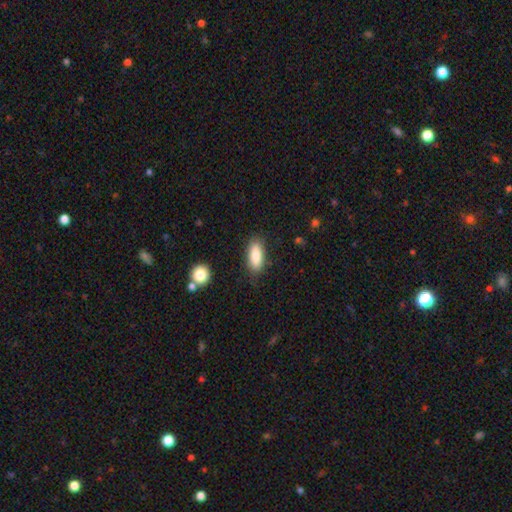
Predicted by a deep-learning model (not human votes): Smooth or featured?
  - smooth: 84% *
  - featured or disk: 9%
  - star or artifact: 7%
How rounded?
  - in between: 78% *
  - cigar-shaped: 20%
  - round: 3%
Merging?
  - none: 82% *
  - minor disturbance: 12%
  - major disturbance: 3%
  - merger: 2%